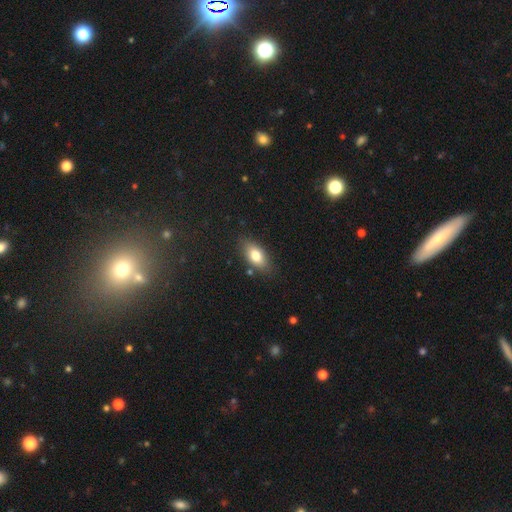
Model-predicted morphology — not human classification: Smooth or featured? Predicted: smooth (p=0.78). How rounded? Predicted: in between (p=0.88). Merging? Predicted: none (p=0.82).